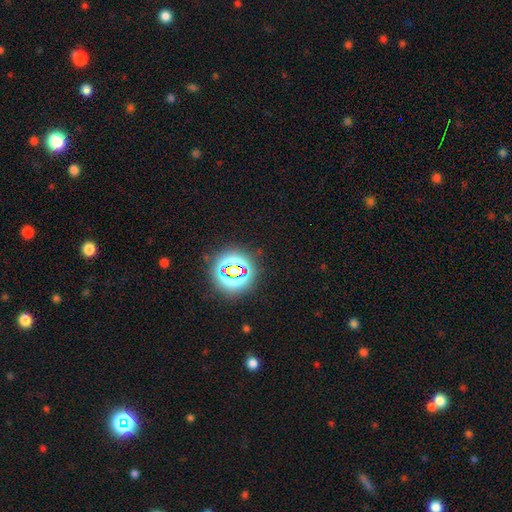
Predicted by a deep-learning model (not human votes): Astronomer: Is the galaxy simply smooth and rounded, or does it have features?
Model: star or artifact — 76%.